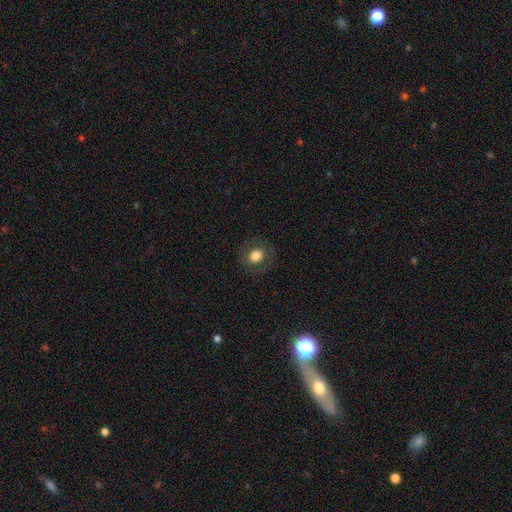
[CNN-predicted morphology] Smooth or featured? Predicted: smooth (p=0.76). How rounded? Predicted: round (p=0.78). Merging? Predicted: none (p=0.86).